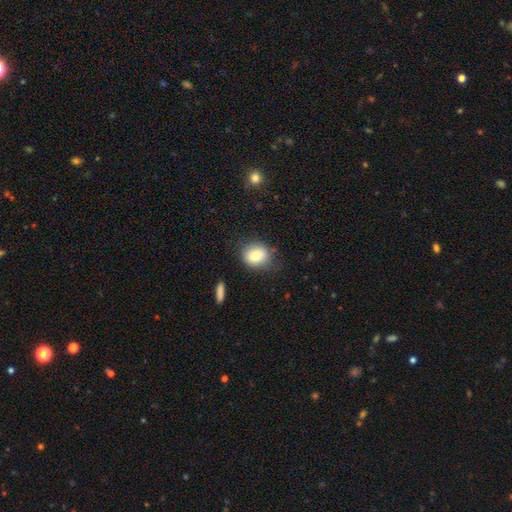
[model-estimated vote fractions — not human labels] smooth_or_featured: smooth (p=0.81) [alt: featured or disk p=0.10]
how_rounded: round (p=0.56) [alt: in between p=0.43]
merging: none (p=0.71) [alt: minor disturbance p=0.20]